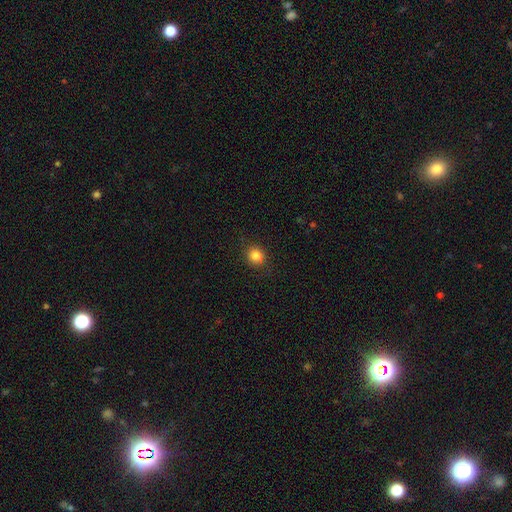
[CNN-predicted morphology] A smooth galaxy with no disk features (84%) that is round (82%). Merging: none (87%).